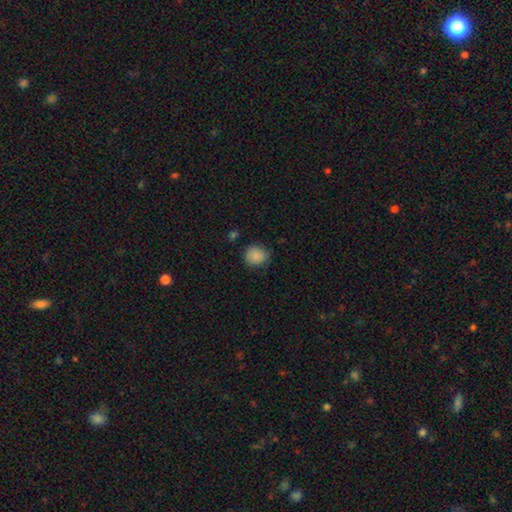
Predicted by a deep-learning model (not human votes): Smooth or featured? Predicted: smooth (p=0.88). How rounded? Predicted: round (p=0.86). Merging? Predicted: none (p=0.83).